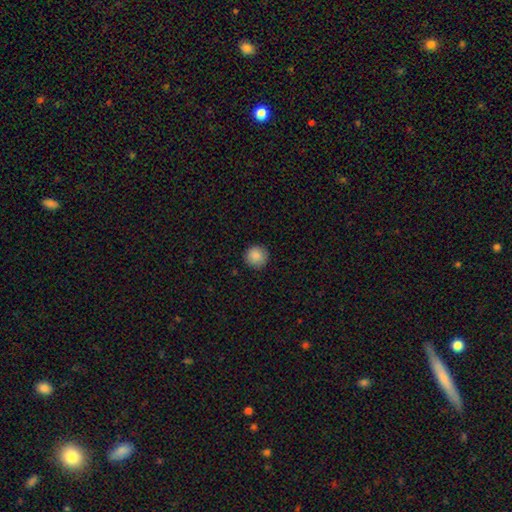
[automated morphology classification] smooth 88%, star or artifact 8%, featured or disk 4%. Down the decision tree: how rounded — round (95%); merging — none (90%).